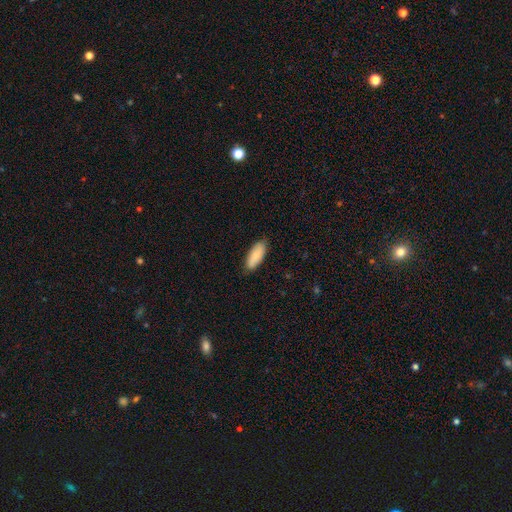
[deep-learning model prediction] Q: Smooth or featured?
A: smooth (85%); runner-up: featured or disk (10%)
Q: How rounded?
A: in between (75%); runner-up: cigar-shaped (23%)
Q: Merging?
A: none (86%); runner-up: minor disturbance (12%)